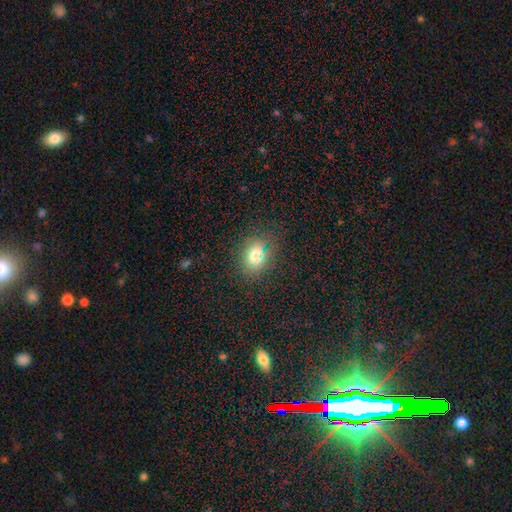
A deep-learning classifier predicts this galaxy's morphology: Overall: smooth (75%). How rounded: in between (60%; round 38%). Merging: none (82%).